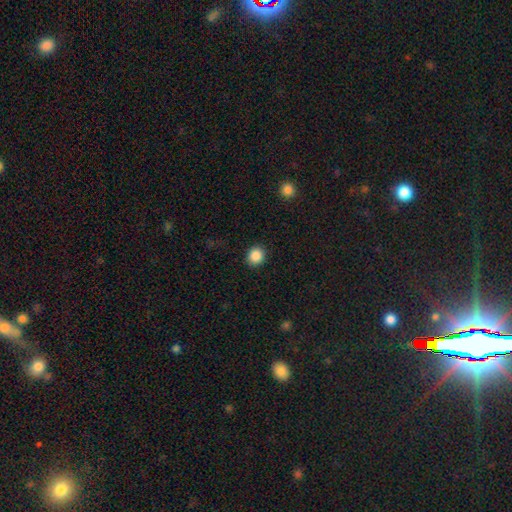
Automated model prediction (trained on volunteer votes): Overall: smooth (87%). How rounded: round (83%). Merging: none (91%).